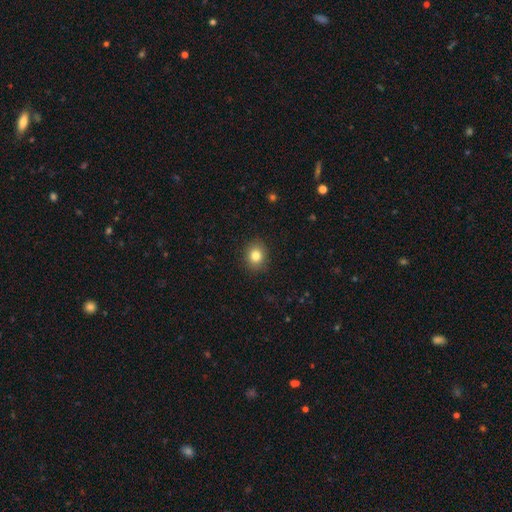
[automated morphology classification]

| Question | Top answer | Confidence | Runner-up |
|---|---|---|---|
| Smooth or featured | smooth | 82% | star or artifact (11%) |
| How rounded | round | 67% | in between (32%) |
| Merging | none | 89% | minor disturbance (8%) |